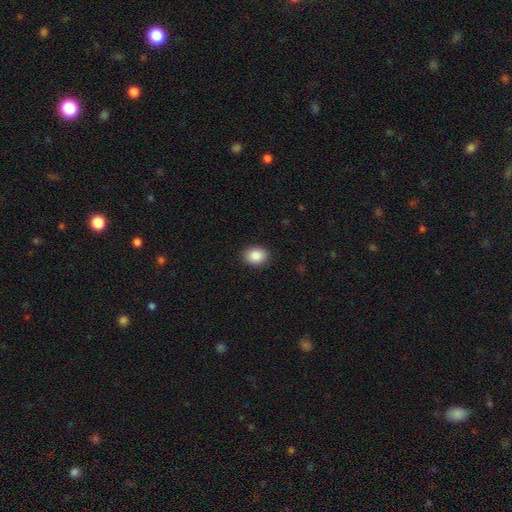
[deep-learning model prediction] Q: Smooth or featured?
A: smooth (88%); runner-up: star or artifact (8%)
Q: How rounded?
A: in between (61%); runner-up: round (38%)
Q: Merging?
A: none (90%); runner-up: minor disturbance (7%)